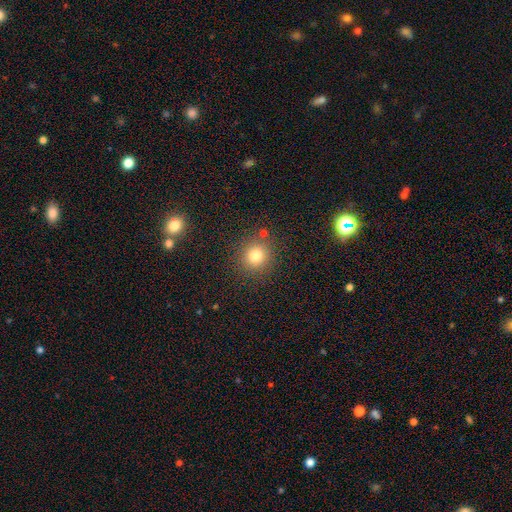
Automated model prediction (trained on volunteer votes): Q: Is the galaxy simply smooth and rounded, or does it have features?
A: smooth — 79%.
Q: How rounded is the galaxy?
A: round — 90%.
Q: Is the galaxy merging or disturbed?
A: none — 85%.